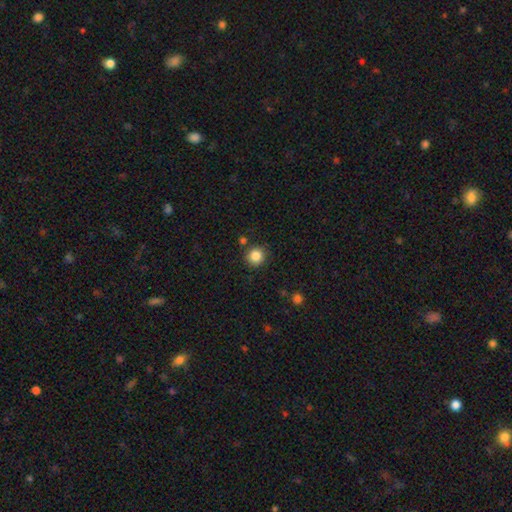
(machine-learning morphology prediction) smooth_or_featured: smooth (p=0.85) [alt: star or artifact p=0.10]
how_rounded: round (p=0.92) [alt: in between p=0.07]
merging: none (p=0.86) [alt: minor disturbance p=0.08]